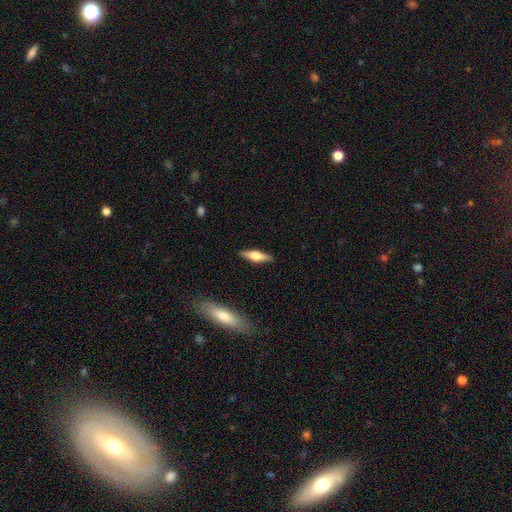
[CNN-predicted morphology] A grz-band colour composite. It shows a featured or disk galaxy (48%). Merging: none (89%).